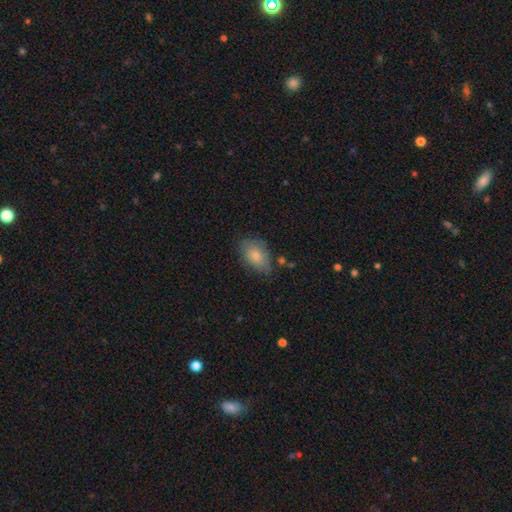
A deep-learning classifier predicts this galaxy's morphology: smooth 79%, featured or disk 14%, star or artifact 7%. Down the decision tree: how rounded — in between (89%); merging — none (67%).